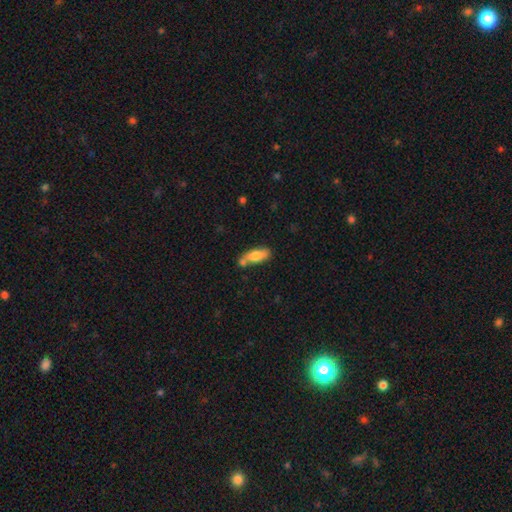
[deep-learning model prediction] smooth_or_featured: smooth (p=0.74) [alt: featured or disk p=0.19]
how_rounded: in between (p=0.69) [alt: cigar-shaped p=0.28]
merging: none (p=0.53) [alt: merger p=0.24]